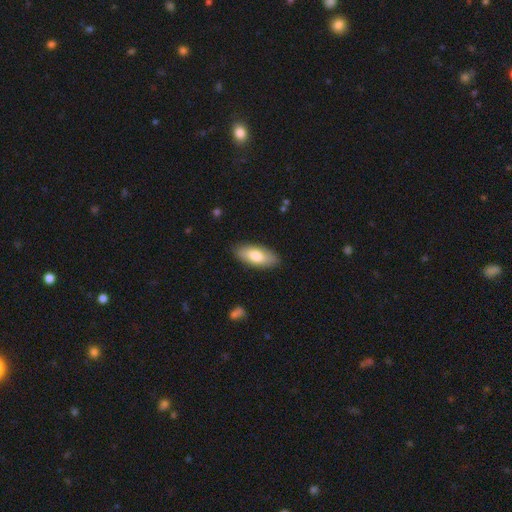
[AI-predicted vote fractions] This is likely a smooth galaxy (76%). How rounded: clearly in between (83%). Merging: clearly none (87%).